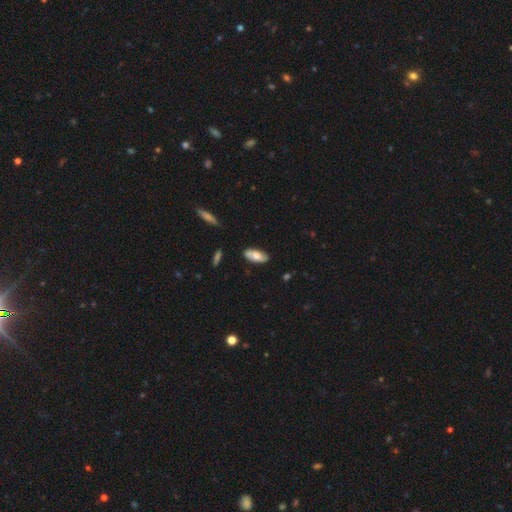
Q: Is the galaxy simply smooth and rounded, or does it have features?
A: smooth — 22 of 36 (61%).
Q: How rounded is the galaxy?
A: in between — 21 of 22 (95%).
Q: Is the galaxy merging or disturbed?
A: none — 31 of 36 (86%).